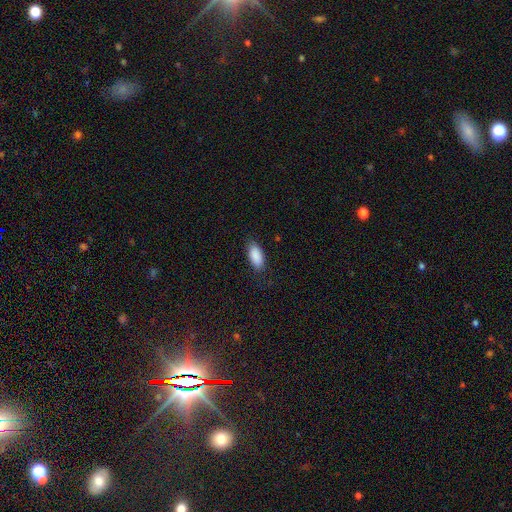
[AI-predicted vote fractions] smooth-or-featured: smooth: 90% | star or artifact: 6% | featured or disk: 4%
  how-rounded: in between: 90% | cigar-shaped: 8% | round: 2%
  merging: none: 83% | minor disturbance: 13% | major disturbance: 3% | merger: 1%